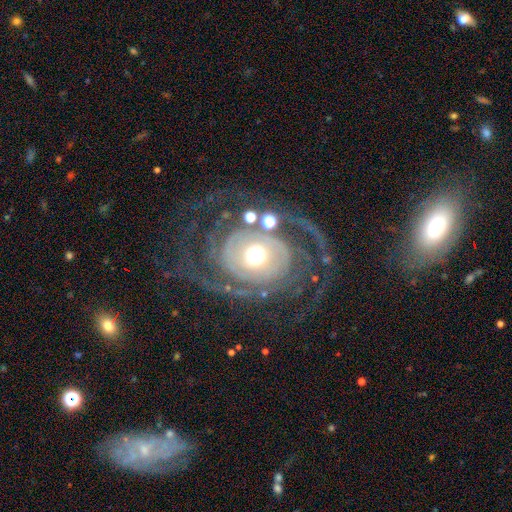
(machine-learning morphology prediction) featured or disk 87%, smooth 7%, star or artifact 5%. Down the decision tree: edge-on disk — no (97%); bar — no (74%); spiral arms — yes (93%); spiral arm count — 2 (52%); spiral winding — tight (44%); bulge size — moderate (65%); merging — none (61%).